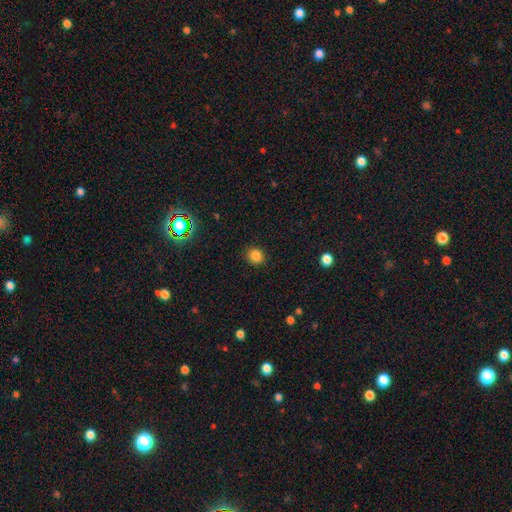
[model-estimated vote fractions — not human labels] The model was most divided on "how rounded": round: 82%, in between: 17%, cigar-shaped: 1%. More confident: merging — none (89%); smooth or featured — smooth (83%).